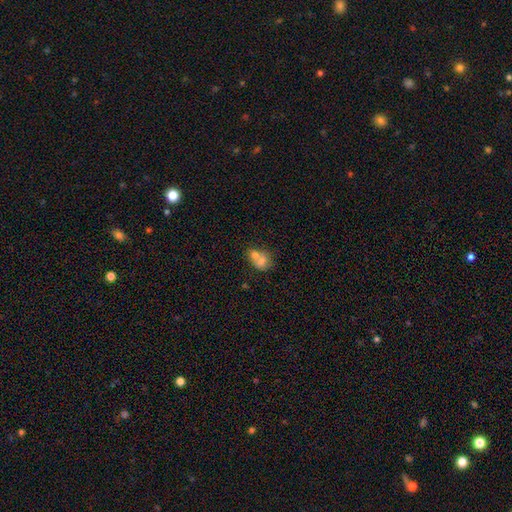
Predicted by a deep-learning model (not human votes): Smooth or featured: smooth — 67% (featured or disk — 23%)
How rounded: round — 55% (in between — 43%)
Merging: merger — 65% (none — 24%)